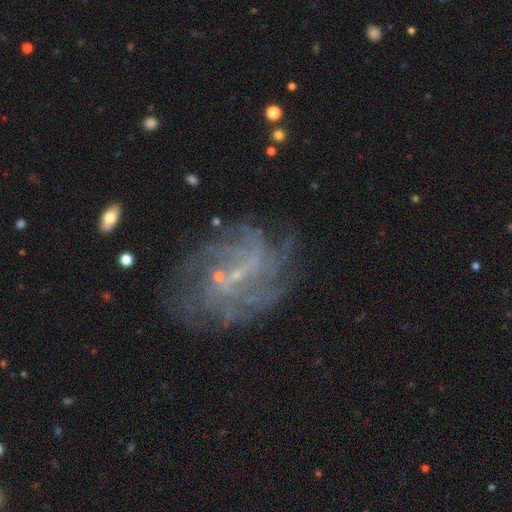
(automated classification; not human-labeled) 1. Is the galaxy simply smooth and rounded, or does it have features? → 77% featured or disk, 14% star or artifact, 9% smooth.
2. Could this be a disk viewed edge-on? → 97% no, 3% yes.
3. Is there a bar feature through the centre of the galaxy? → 48% weak, 37% no, 15% strong.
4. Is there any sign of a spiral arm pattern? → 91% yes, 9% no.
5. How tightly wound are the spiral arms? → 41% tight, 38% medium, 21% loose.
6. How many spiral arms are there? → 35% can't tell, 17% 4, 14% 3, 13% more than 4, 12% 2, 9% 1.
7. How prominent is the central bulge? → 69% small, 19% none, 9% moderate, 1% large, 1% dominant.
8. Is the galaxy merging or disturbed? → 72% none, 14% minor disturbance, 11% major disturbance, 3% merger.